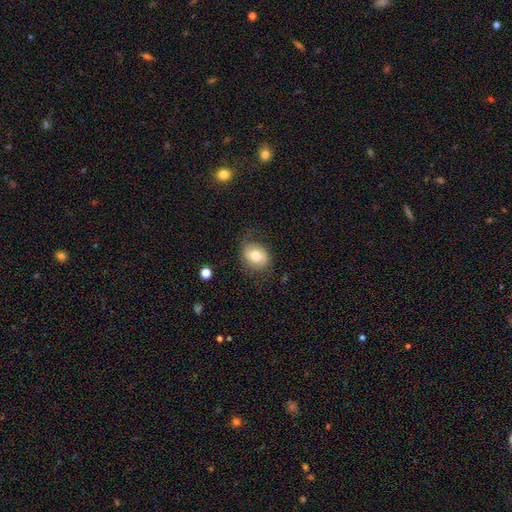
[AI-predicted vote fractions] Smooth or featured? smooth (66%)
How rounded? round (53%)
Merging? none (64%)